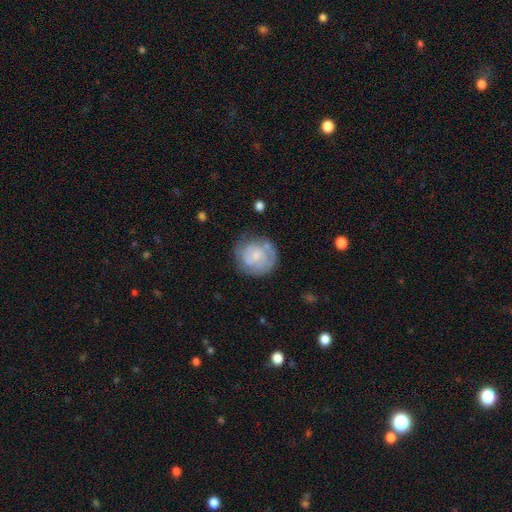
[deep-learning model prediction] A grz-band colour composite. It shows a featured or disk galaxy (58%) with no bar (60%), spiral arms (74%) and a small central bulge (50%). Merging: none (65%).